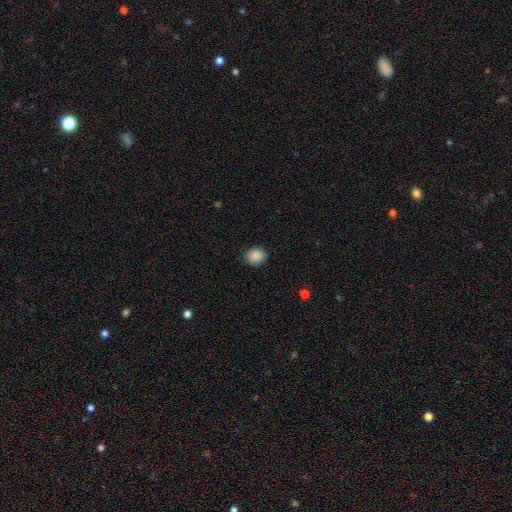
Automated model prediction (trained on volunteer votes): Smooth or featured?
  - smooth: 89% *
  - star or artifact: 8%
  - featured or disk: 3%
How rounded?
  - round: 71% *
  - in between: 28%
  - cigar-shaped: 1%
Merging?
  - none: 89% *
  - minor disturbance: 8%
  - major disturbance: 2%
  - merger: 1%